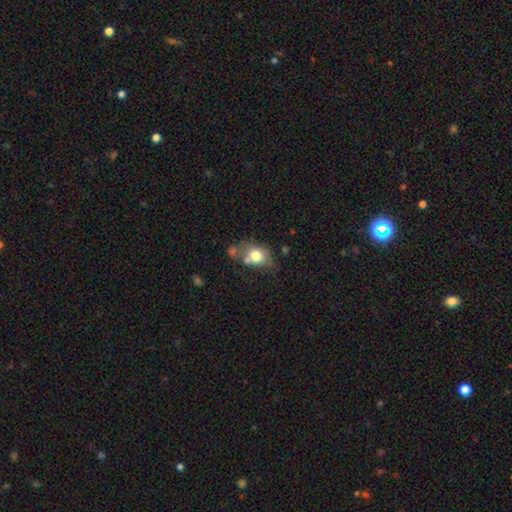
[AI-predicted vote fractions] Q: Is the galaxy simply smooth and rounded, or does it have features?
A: smooth — 72%.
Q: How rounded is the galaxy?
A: in between — 56%.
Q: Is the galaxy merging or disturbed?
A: none — 41%.